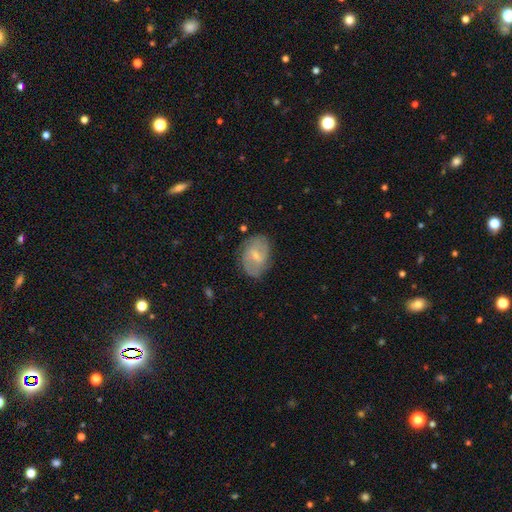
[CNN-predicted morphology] smooth-or-featured: featured or disk: 65% | smooth: 29% | star or artifact: 6%
  disk-edge-on: no: 97% | yes: 3%
    bar: weak: 60% | no: 25% | strong: 15%
    has-spiral-arms: yes: 85% | no: 15%
      spiral-winding: medium: 46% | tight: 32% | loose: 22%
      spiral-arm-count: 2: 64% | can't tell: 21% | 3: 7% | 1: 3% | 4: 2% | more than 4: 2%
    bulge-size: small: 61% | moderate: 32% | none: 5% | large: 1% | dominant: 1%
  merging: none: 72% | minor disturbance: 21% | major disturbance: 6% | merger: 2%